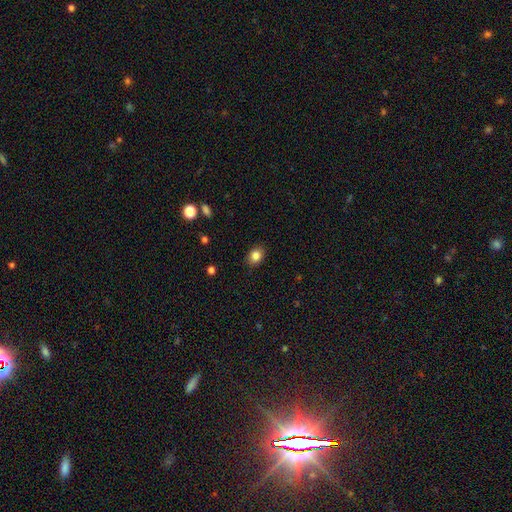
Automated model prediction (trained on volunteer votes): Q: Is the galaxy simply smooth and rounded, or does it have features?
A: smooth — 84%.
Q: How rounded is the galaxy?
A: in between — 61%.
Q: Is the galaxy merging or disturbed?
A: none — 86%.